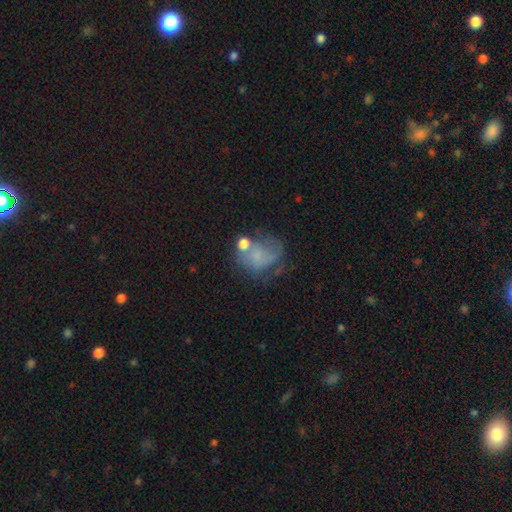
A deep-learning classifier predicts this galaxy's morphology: type=smooth (45%); merging=major disturbance (34%).